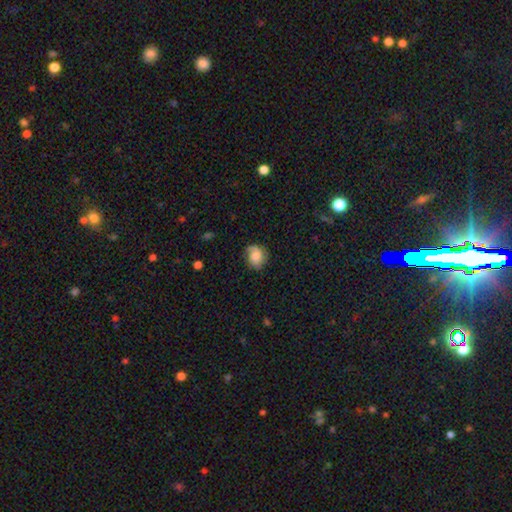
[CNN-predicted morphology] Smooth or featured: smooth — 52% (featured or disk — 39%)
How rounded: round — 58% (in between — 41%)
Merging: none — 65% (minor disturbance — 24%)